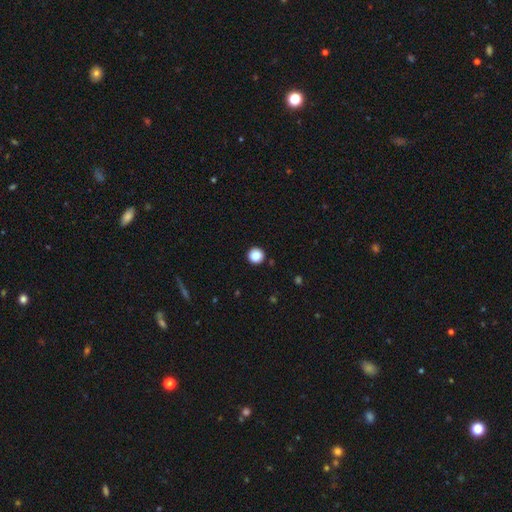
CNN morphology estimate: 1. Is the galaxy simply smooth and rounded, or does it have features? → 88% smooth, 10% star or artifact, 2% featured or disk.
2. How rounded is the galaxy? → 96% round, 3% in between, 1% cigar-shaped.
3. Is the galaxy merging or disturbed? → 93% none, 4% minor disturbance, 2% major disturbance, 1% merger.